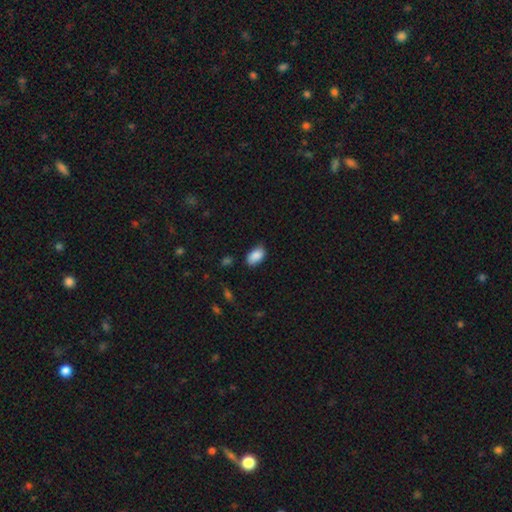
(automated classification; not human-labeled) This is clearly a smooth galaxy (88%). How rounded: clearly in between (93%). Merging: clearly none (80%).